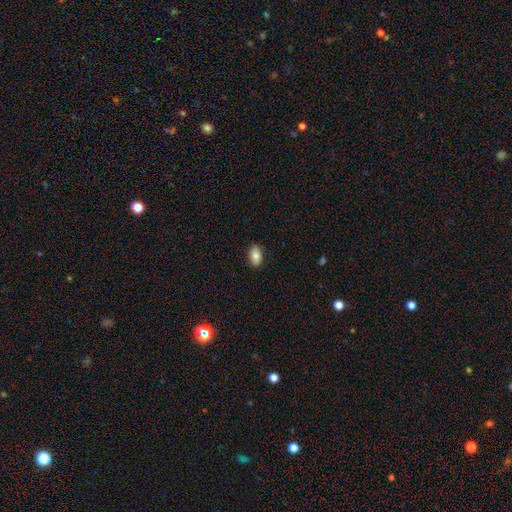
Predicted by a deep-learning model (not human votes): smooth-or-featured: smooth: 84% | featured or disk: 8% | star or artifact: 8%
  how-rounded: in between: 89% | round: 9% | cigar-shaped: 2%
  merging: none: 89% | minor disturbance: 8% | major disturbance: 2% | merger: 1%